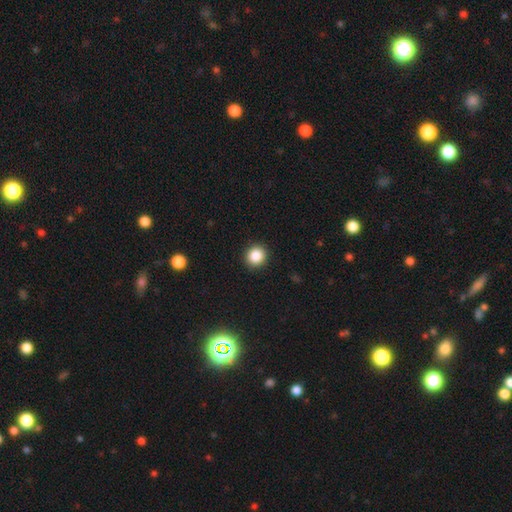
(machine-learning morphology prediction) Smooth or featured?
  - smooth: 87% *
  - star or artifact: 10%
  - featured or disk: 3%
How rounded?
  - round: 91% *
  - in between: 8%
  - cigar-shaped: 1%
Merging?
  - none: 92% *
  - minor disturbance: 5%
  - major disturbance: 2%
  - merger: 1%